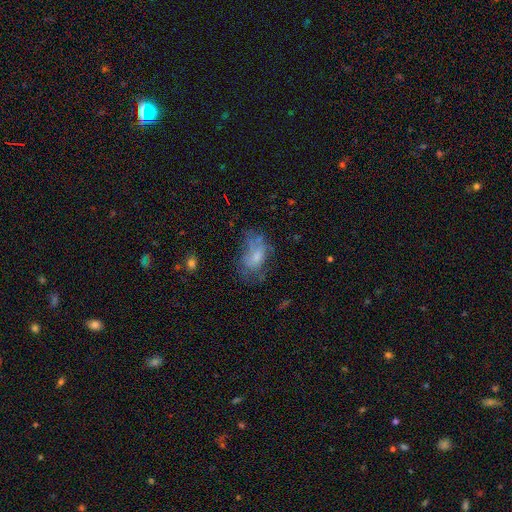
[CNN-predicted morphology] This is possibly a smooth galaxy (48%). Merging: marginally none (39%).